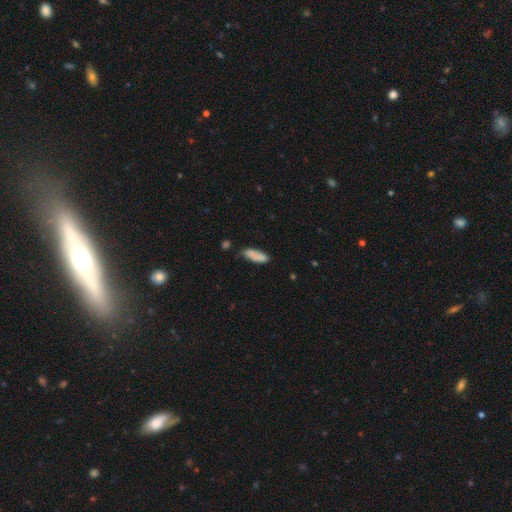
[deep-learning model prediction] Smooth or featured?
  - smooth: 84% *
  - featured or disk: 9%
  - star or artifact: 7%
How rounded?
  - in between: 58% *
  - cigar-shaped: 41%
  - round: 2%
Merging?
  - none: 70% *
  - minor disturbance: 21%
  - merger: 5%
  - major disturbance: 4%